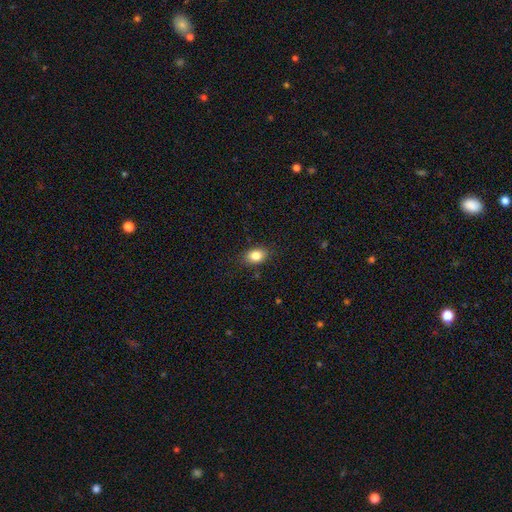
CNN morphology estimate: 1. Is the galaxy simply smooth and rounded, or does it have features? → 83% smooth, 9% star or artifact, 8% featured or disk.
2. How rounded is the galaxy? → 75% in between, 24% round, 1% cigar-shaped.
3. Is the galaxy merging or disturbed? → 85% none, 11% minor disturbance, 3% major disturbance, 1% merger.